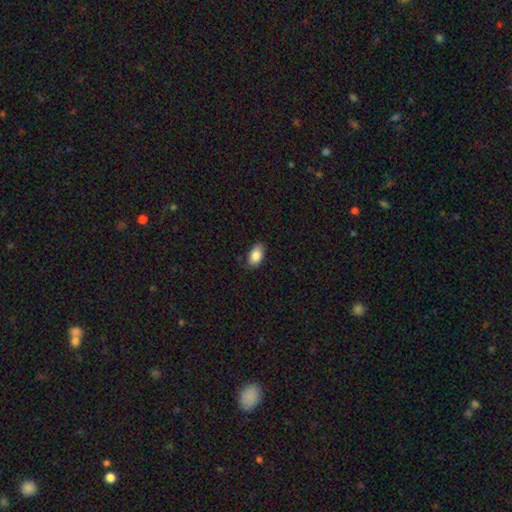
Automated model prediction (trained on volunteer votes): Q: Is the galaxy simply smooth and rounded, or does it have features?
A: smooth — 85%.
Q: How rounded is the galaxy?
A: in between — 92%.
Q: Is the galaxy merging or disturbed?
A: none — 83%.